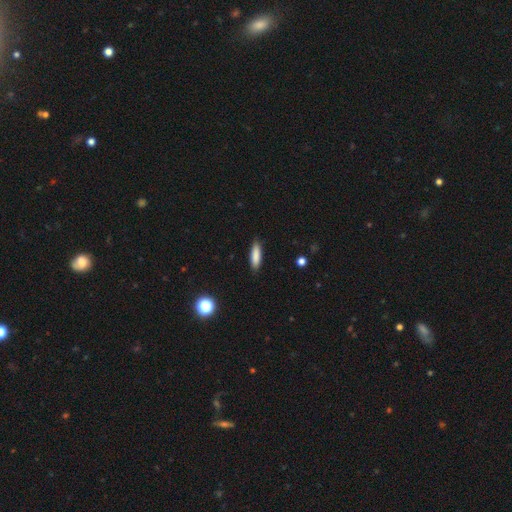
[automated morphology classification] Smooth or featured: smooth — 85% (featured or disk — 8%)
How rounded: cigar-shaped — 64% (in between — 34%)
Merging: none — 88% (minor disturbance — 9%)